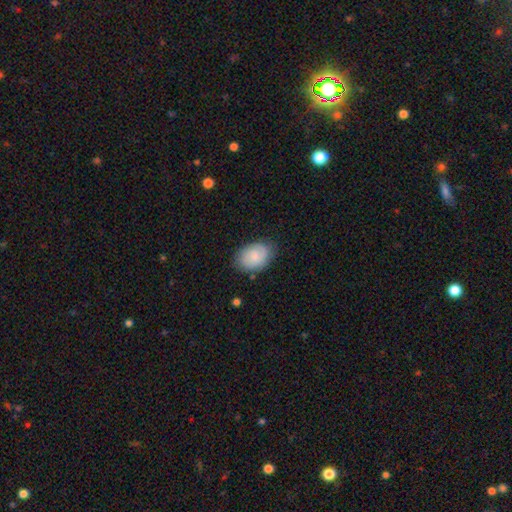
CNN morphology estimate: smooth_or_featured: smooth (p=0.79) [alt: featured or disk p=0.14]
how_rounded: in between (p=0.85) [alt: round p=0.14]
merging: none (p=0.76) [alt: minor disturbance p=0.18]